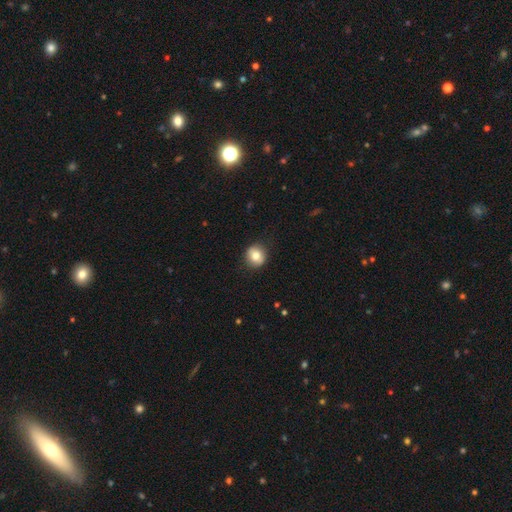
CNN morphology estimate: A smooth galaxy with no disk features (77%) that is round (84%). Merging: none (86%).